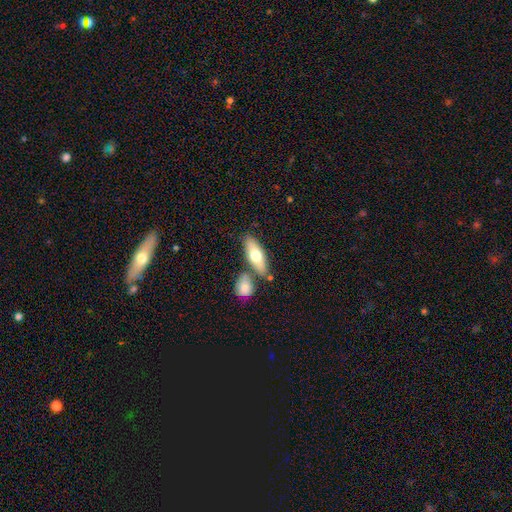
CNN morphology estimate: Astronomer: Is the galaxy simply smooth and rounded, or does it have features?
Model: smooth — 63%.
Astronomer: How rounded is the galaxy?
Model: in between — 68%.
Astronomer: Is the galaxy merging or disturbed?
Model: none — 65%.